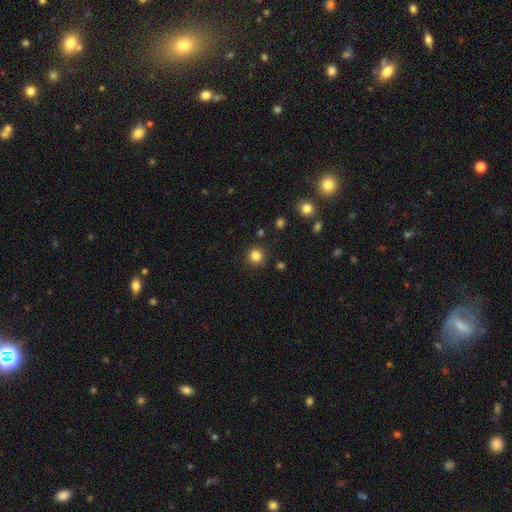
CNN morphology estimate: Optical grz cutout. It shows a smooth galaxy with no disk features (83%) that is round (93%). Merging: none (89%).